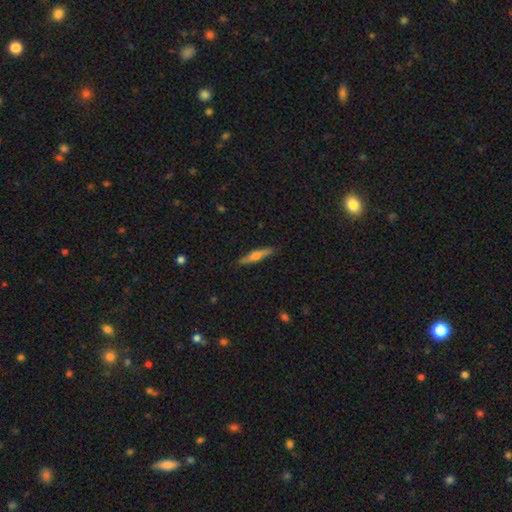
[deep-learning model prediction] smooth-or-featured: featured or disk: 53% | smooth: 42% | star or artifact: 6%
  disk-edge-on: yes: 96% | no: 4%
    edge-on-bulge: rounded: 84% | none: 8% | boxy: 8%
  merging: none: 89% | minor disturbance: 8% | major disturbance: 2% | merger: 1%